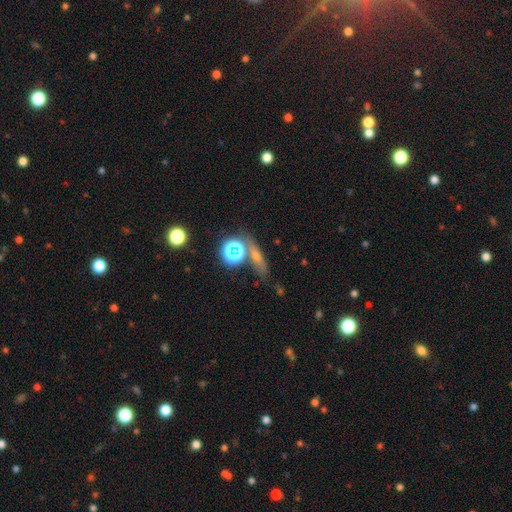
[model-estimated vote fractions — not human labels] star or artifact 41%, smooth 37%, featured or disk 22%.